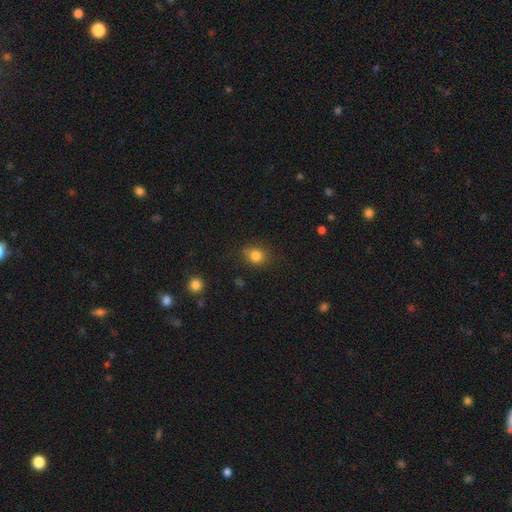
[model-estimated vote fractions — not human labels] A smooth galaxy with no disk features (83%) that is round (64%). Merging: none (79%).